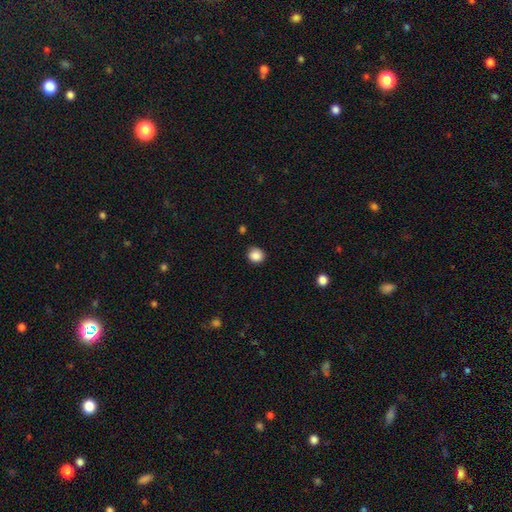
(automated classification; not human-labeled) The model was most divided on "how rounded": round: 83%, in between: 16%, cigar-shaped: 1%. More confident: merging — none (88%); smooth or featured — smooth (87%).